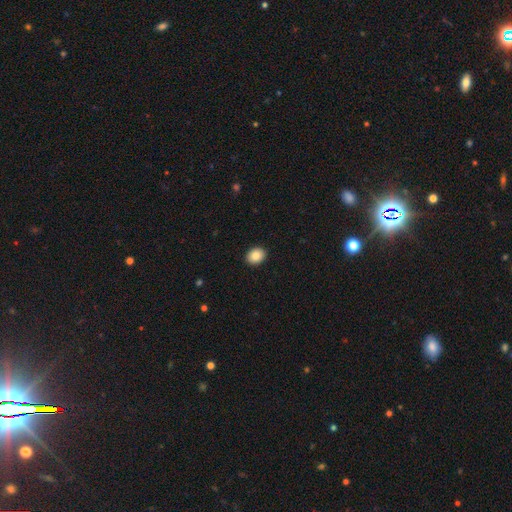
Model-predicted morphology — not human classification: Smooth or featured: smooth — 86% (star or artifact — 8%)
How rounded: in between — 52% (round — 47%)
Merging: none — 92% (minor disturbance — 6%)